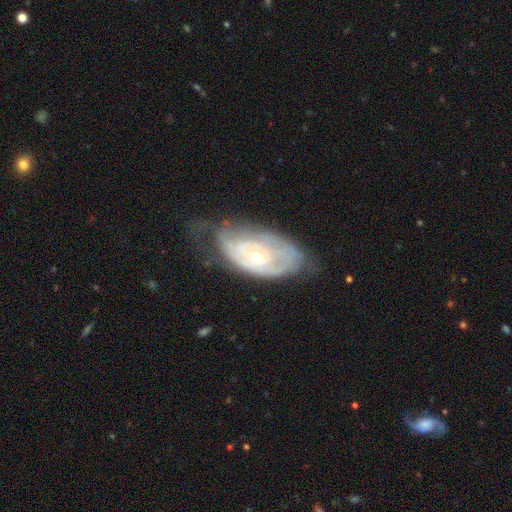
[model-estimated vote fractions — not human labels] Smooth or featured: featured or disk — 75% (smooth — 19%)
Edge-on disk: no — 94% (yes — 6%)
Bar: no — 79% (weak — 17%)
Spiral arms: yes — 76% (no — 24%)
Spiral winding: tight — 69% (medium — 23%)
Spiral arm count: can't tell — 58% (2 — 21%)
Bulge size: small — 67% (moderate — 29%)
Merging: none — 46% (minor disturbance — 33%)